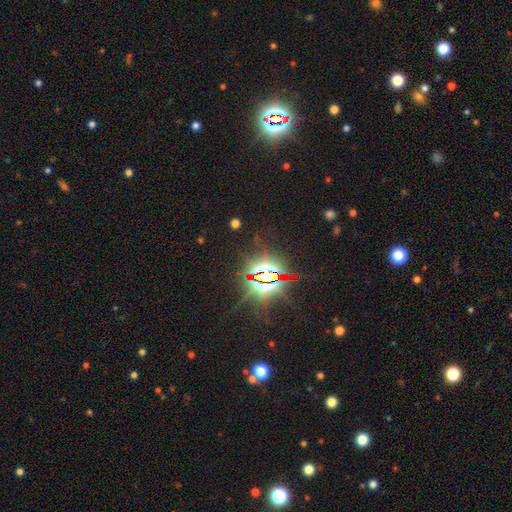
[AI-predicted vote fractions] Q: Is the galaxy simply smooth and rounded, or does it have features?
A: star or artifact — 85%.